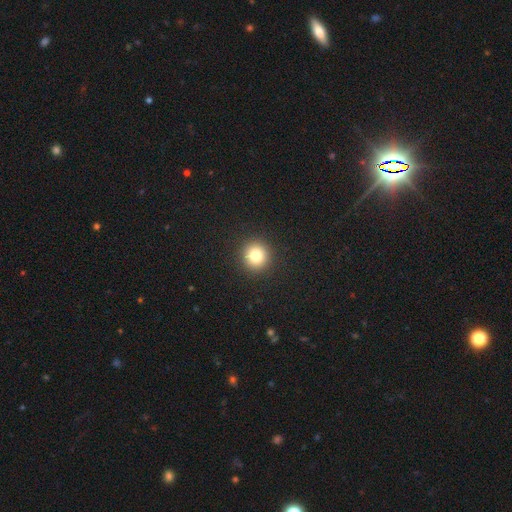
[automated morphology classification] Smooth or featured?
  - smooth: 81% *
  - star or artifact: 12%
  - featured or disk: 7%
How rounded?
  - round: 94% *
  - in between: 5%
  - cigar-shaped: 1%
Merging?
  - none: 93% *
  - minor disturbance: 4%
  - major disturbance: 2%
  - merger: 1%